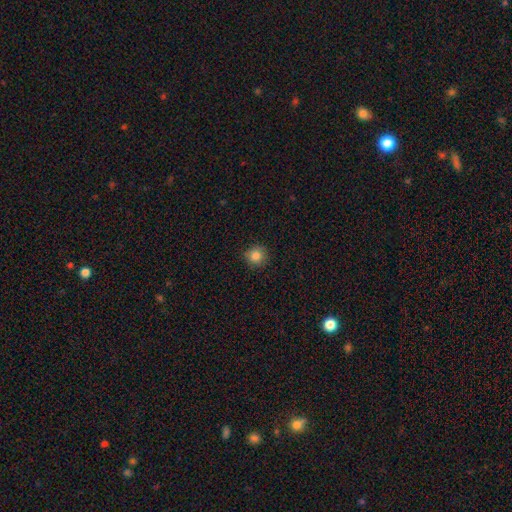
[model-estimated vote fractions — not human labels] The model was most divided on "smooth or featured": smooth: 84%, star or artifact: 11%, featured or disk: 5%. More confident: how rounded — round (93%); merging — none (89%).